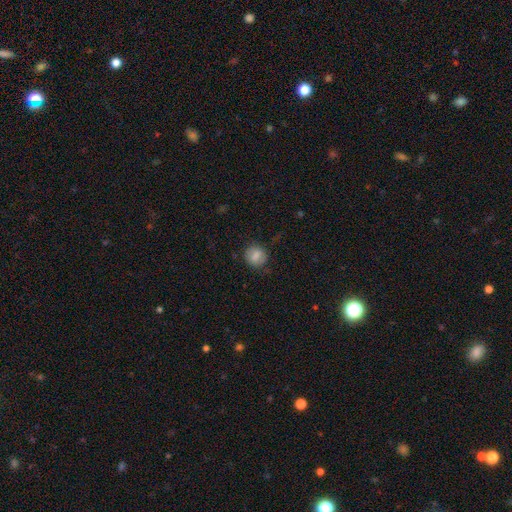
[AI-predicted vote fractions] Smooth or featured?
  - smooth: 76% *
  - featured or disk: 15%
  - star or artifact: 9%
How rounded?
  - round: 78% *
  - in between: 20%
  - cigar-shaped: 1%
Merging?
  - none: 80% *
  - minor disturbance: 14%
  - major disturbance: 4%
  - merger: 1%